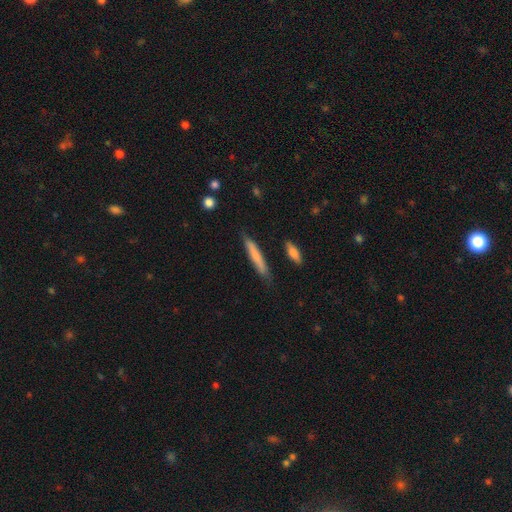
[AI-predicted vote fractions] Q: Smooth or featured?
A: smooth (70%); runner-up: featured or disk (24%)
Q: How rounded?
A: cigar-shaped (93%); runner-up: in between (6%)
Q: Merging?
A: none (81%); runner-up: minor disturbance (14%)